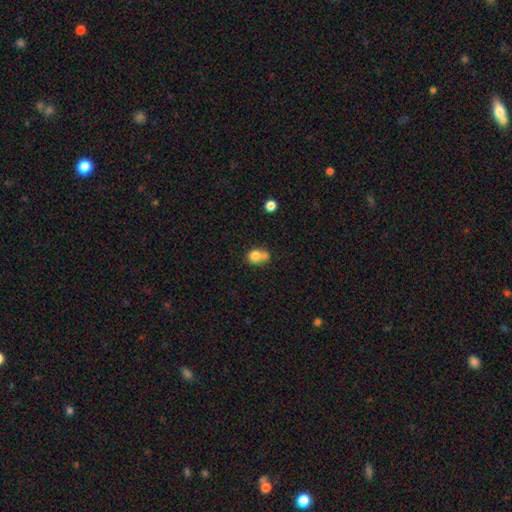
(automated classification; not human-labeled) A smooth galaxy with no disk features (77%) that is round (73%). Merging: merger (49%).